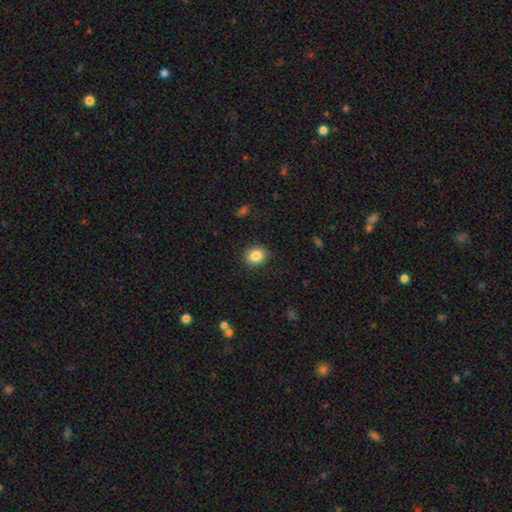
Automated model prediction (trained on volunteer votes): This is clearly a smooth galaxy (86%). How rounded: likely round (79%). Merging: clearly none (89%).